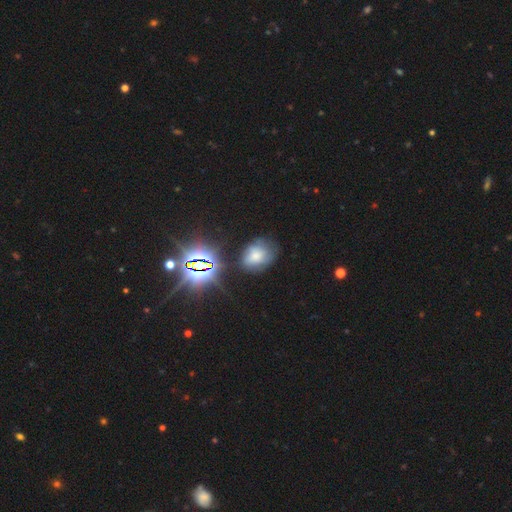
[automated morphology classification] Smooth or featured?
  - smooth: 54% *
  - star or artifact: 24%
  - featured or disk: 22%
How rounded?
  - in between: 62% *
  - round: 37%
  - cigar-shaped: 1%
Merging?
  - none: 61% *
  - minor disturbance: 25%
  - major disturbance: 11%
  - merger: 4%